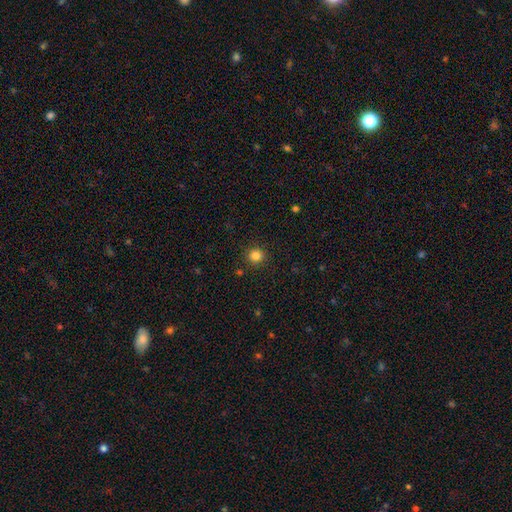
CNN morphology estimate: A smooth galaxy with no disk features (83%) that is round (93%).

Vote fractions:
- Smooth or featured? smooth: 83% / star or artifact: 13% / featured or disk: 5%
- How rounded? round: 93% / in between: 7% / cigar-shaped: 1%
- Merging? none: 90% / minor disturbance: 6% / major disturbance: 2% / merger: 2%